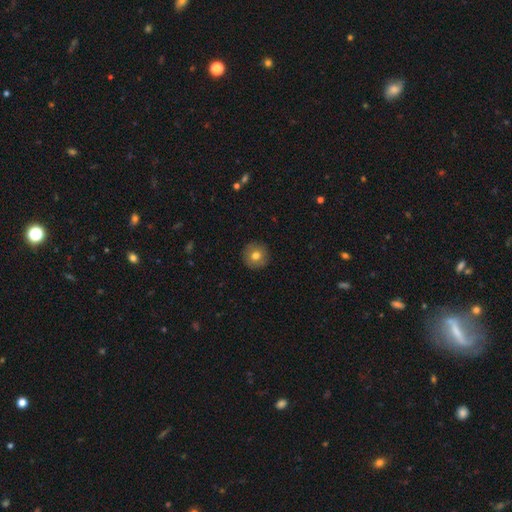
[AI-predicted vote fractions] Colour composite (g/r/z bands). It shows a smooth galaxy with no disk features (75%) that is round (95%). Merging: none (91%).